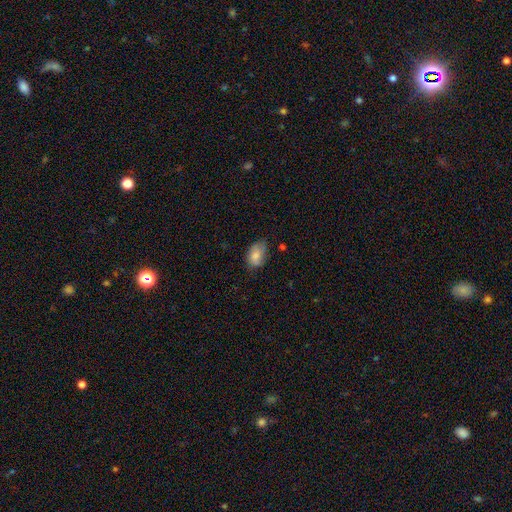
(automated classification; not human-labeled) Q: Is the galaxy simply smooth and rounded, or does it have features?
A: smooth — 78%.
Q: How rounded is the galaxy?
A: in between — 85%.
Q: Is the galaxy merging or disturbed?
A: none — 55%.